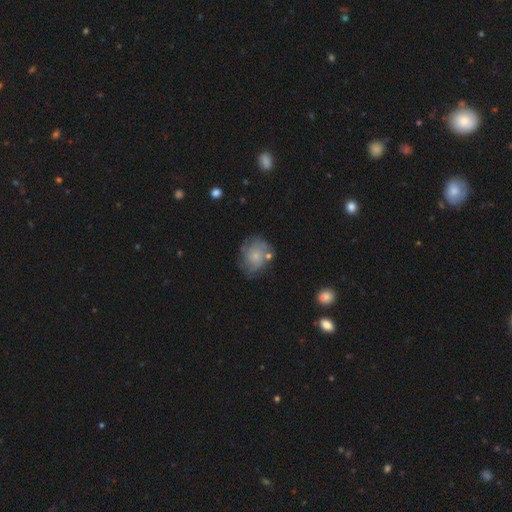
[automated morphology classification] Smooth or featured?
  - featured or disk: 53% *
  - smooth: 39%
  - star or artifact: 9%
Edge-on disk?
  - no: 98% *
  - yes: 2%
Bar?
  - no: 84% *
  - weak: 14%
  - strong: 2%
Spiral arms?
  - yes: 73% *
  - no: 27%
Bulge size?
  - small: 70% *
  - moderate: 18%
  - none: 9%
  - large: 2%
  - dominant: 1%
Merging?
  - none: 61% *
  - minor disturbance: 22%
  - major disturbance: 11%
  - merger: 6%